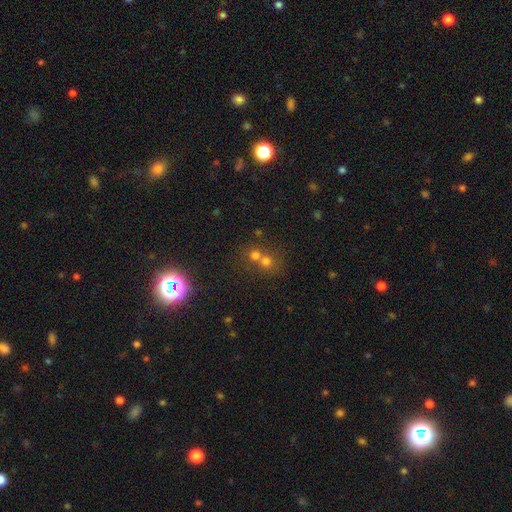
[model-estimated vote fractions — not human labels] smooth_or_featured: smooth (p=0.61) [alt: star or artifact p=0.26]
how_rounded: round (p=0.85) [alt: in between p=0.14]
merging: merger (p=0.53) [alt: none p=0.39]